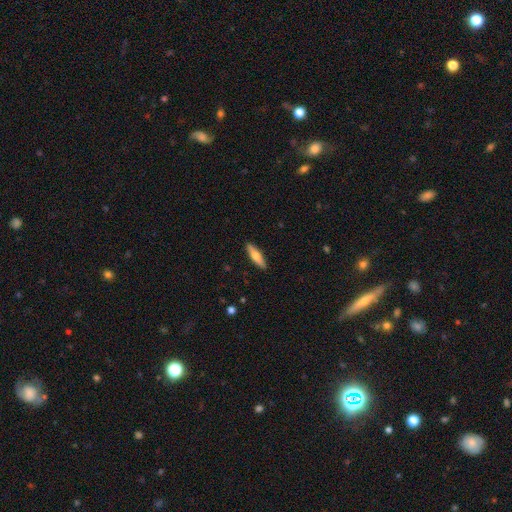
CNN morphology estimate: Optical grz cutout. It shows a smooth galaxy with no disk features (61%) that is cigar-shaped (67%). Merging: none (90%).